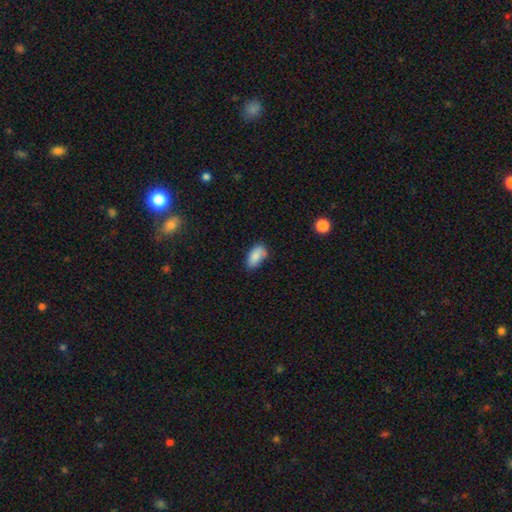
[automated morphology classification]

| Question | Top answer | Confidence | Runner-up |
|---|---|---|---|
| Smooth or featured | smooth | 86% | star or artifact (8%) |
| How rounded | in between | 92% | cigar-shaped (4%) |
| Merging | none | 65% | minor disturbance (26%) |